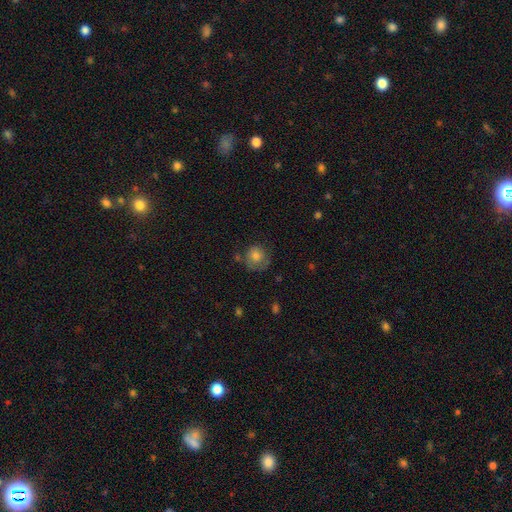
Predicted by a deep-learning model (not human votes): This appears to be a smooth galaxy with no disk features (69%) that is round (87%). Merging: none (61%).